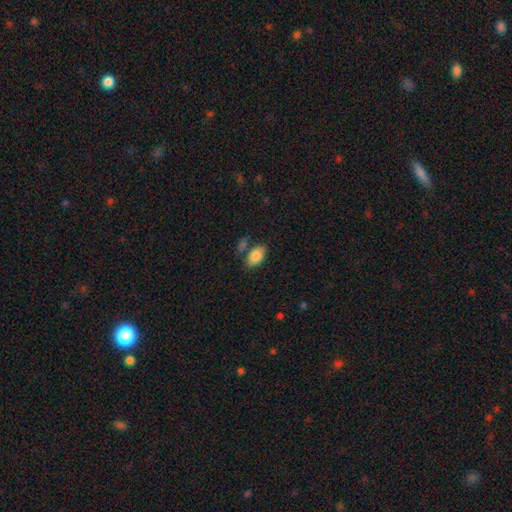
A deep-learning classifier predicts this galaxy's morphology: smooth_or_featured: smooth (p=0.86) [alt: star or artifact p=0.07]
how_rounded: in between (p=0.92) [alt: round p=0.07]
merging: none (p=0.69) [alt: minor disturbance p=0.14]